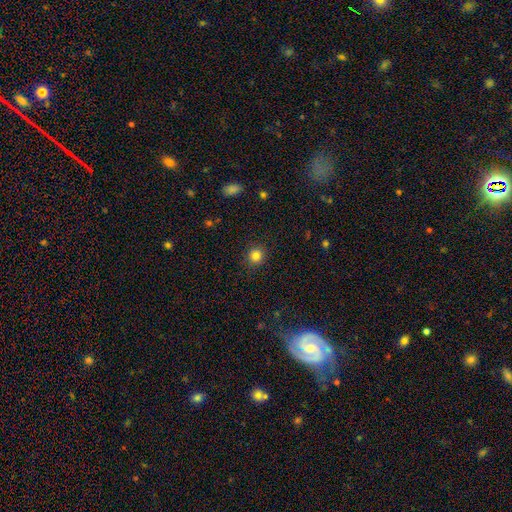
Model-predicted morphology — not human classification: type=smooth (83%); roundness=round (89%); merging=none (90%).